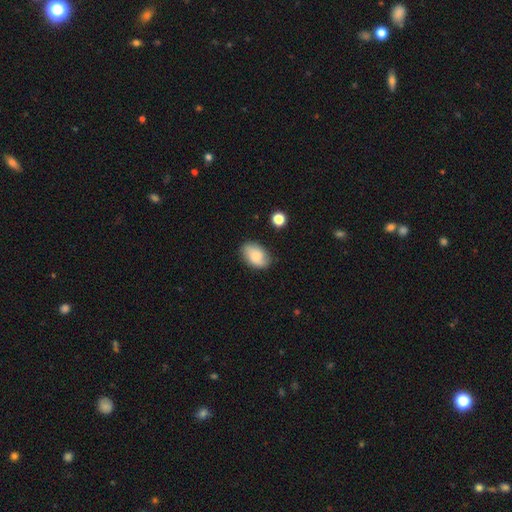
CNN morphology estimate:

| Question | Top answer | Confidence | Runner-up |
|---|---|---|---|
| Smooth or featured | smooth | 74% | featured or disk (18%) |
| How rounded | in between | 87% | round (12%) |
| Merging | none | 77% | minor disturbance (17%) |